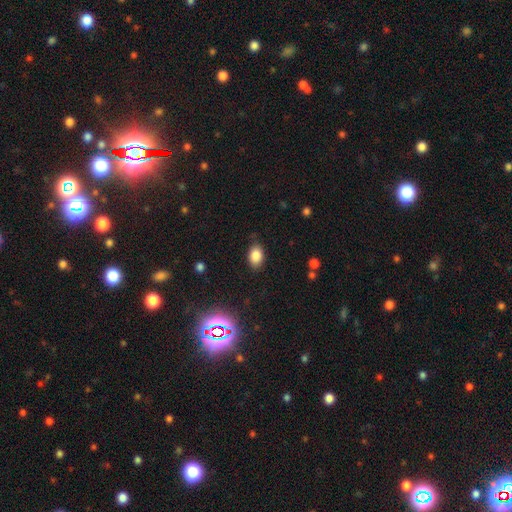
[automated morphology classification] Q: Smooth or featured?
A: smooth (84%); runner-up: star or artifact (11%)
Q: How rounded?
A: in between (86%); runner-up: round (13%)
Q: Merging?
A: none (84%); runner-up: minor disturbance (12%)